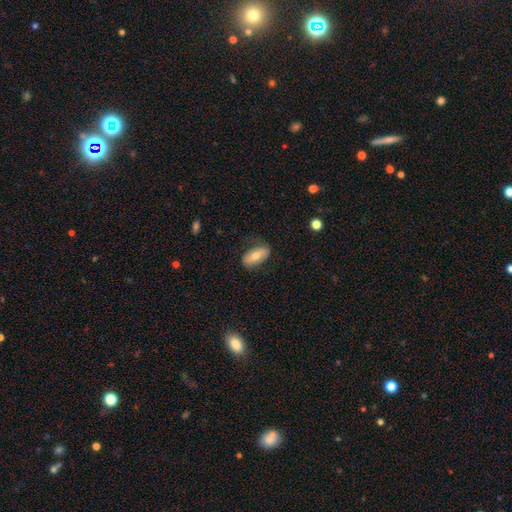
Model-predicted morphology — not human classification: A smooth galaxy with no disk features (65%) that is in between round and cigar-shaped (88%).

Vote fractions:
- Smooth or featured? smooth: 65% / featured or disk: 29% / star or artifact: 6%
- How rounded? in between: 88% / cigar-shaped: 8% / round: 4%
- Merging? none: 70% / minor disturbance: 21% / major disturbance: 8% / merger: 1%